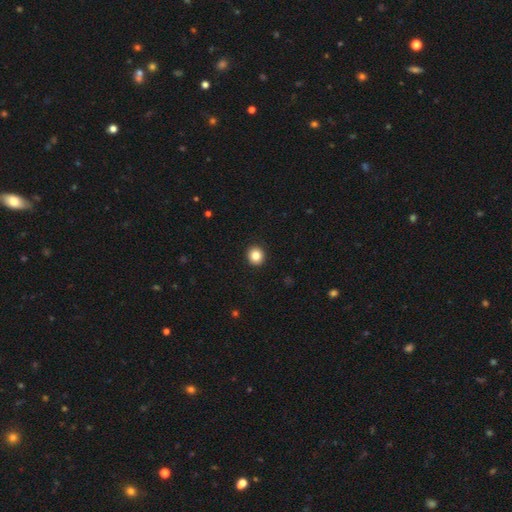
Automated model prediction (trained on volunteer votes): A smooth galaxy with no disk features (84%) that is round (87%).

Vote fractions:
- Smooth or featured? smooth: 84% / star or artifact: 10% / featured or disk: 6%
- How rounded? round: 87% / in between: 12% / cigar-shaped: 1%
- Merging? none: 93% / minor disturbance: 4% / major disturbance: 1% / merger: 1%